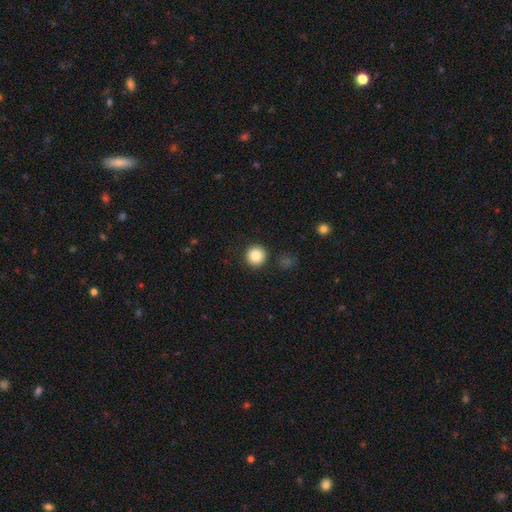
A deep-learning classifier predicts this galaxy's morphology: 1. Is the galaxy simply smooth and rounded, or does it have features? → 85% smooth, 9% star or artifact, 5% featured or disk.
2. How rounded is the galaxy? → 95% round, 4% in between, 1% cigar-shaped.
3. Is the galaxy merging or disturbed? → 91% none, 5% minor disturbance, 2% major disturbance, 2% merger.